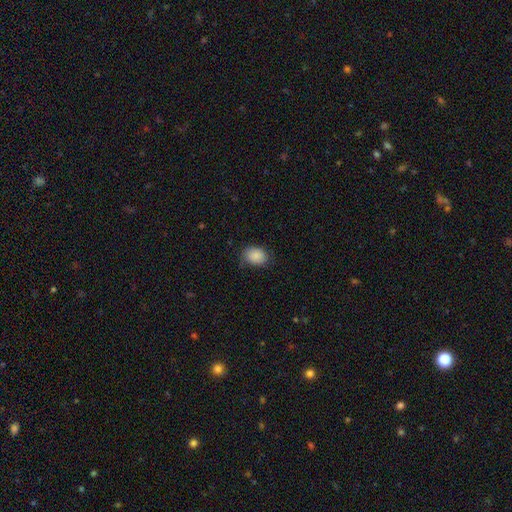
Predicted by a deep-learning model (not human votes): The model was most divided on "how rounded": in between: 65%, round: 35%, cigar-shaped: 1%. More confident: smooth or featured — smooth (88%); merging — none (71%).